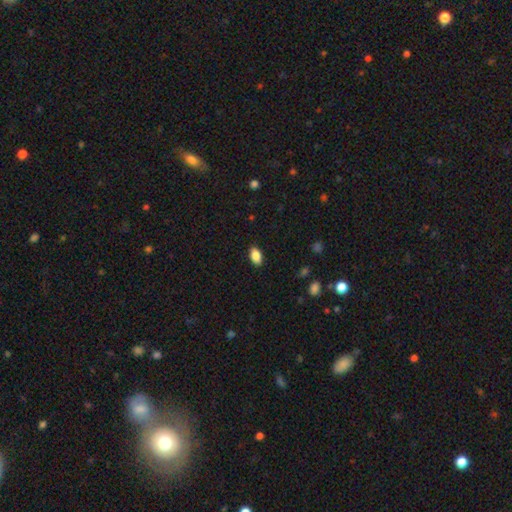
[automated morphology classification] The model was most divided on "smooth or featured": smooth: 86%, star or artifact: 8%, featured or disk: 6%. More confident: how rounded — in between (91%); merging — none (88%).